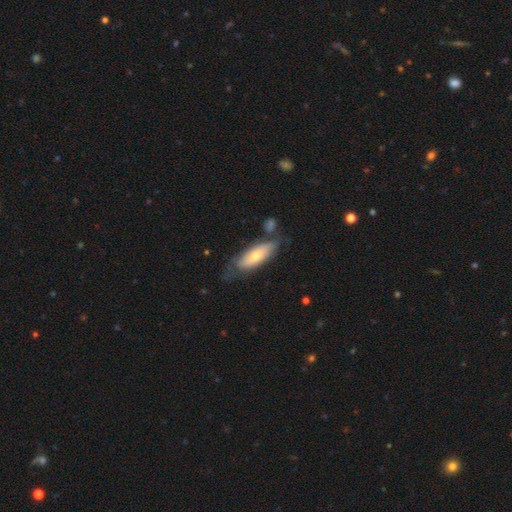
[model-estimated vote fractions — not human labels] Smooth or featured: smooth — 61% (featured or disk — 33%)
How rounded: in between — 69% (cigar-shaped — 29%)
Merging: none — 53% (minor disturbance — 28%)